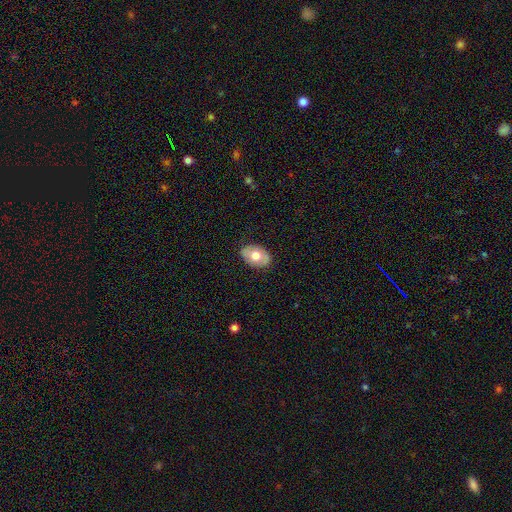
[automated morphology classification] Q: Smooth or featured?
A: smooth (63%); runner-up: featured or disk (30%)
Q: How rounded?
A: in between (84%); runner-up: round (14%)
Q: Merging?
A: none (83%); runner-up: minor disturbance (13%)